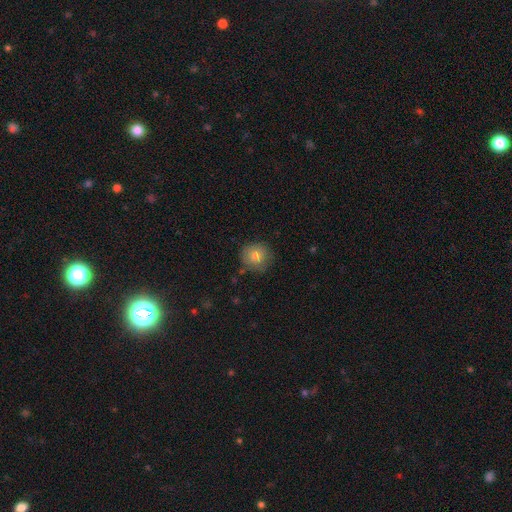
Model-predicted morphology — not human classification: smooth-or-featured: smooth: 81% | featured or disk: 10% | star or artifact: 9%
  how-rounded: round: 90% | in between: 9% | cigar-shaped: 1%
  merging: none: 78% | minor disturbance: 17% | major disturbance: 3% | merger: 2%